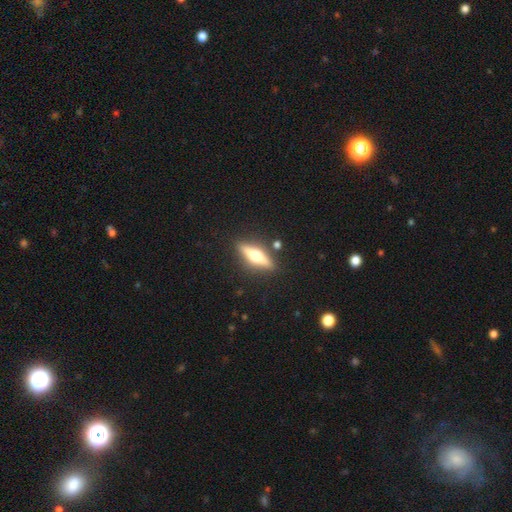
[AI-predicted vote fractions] The model was most divided on "smooth or featured": featured or disk: 63%, smooth: 30%, star or artifact: 6%. More confident: edge-on bulge — rounded (95%); edge-on disk — yes (94%); merging — none (87%).